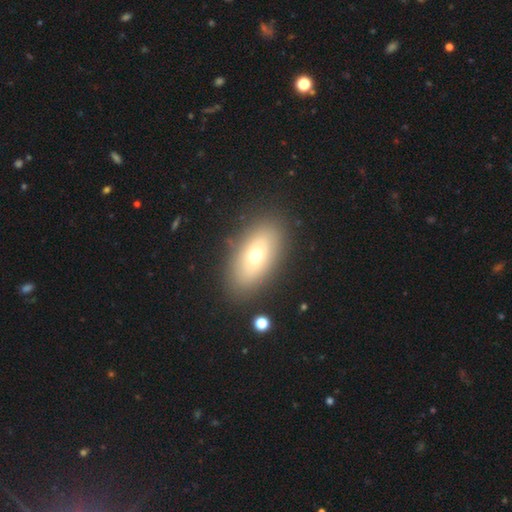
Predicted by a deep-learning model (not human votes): Q: Smooth or featured?
A: smooth (62%); runner-up: featured or disk (28%)
Q: How rounded?
A: in between (86%); runner-up: round (8%)
Q: Merging?
A: none (85%); runner-up: minor disturbance (9%)